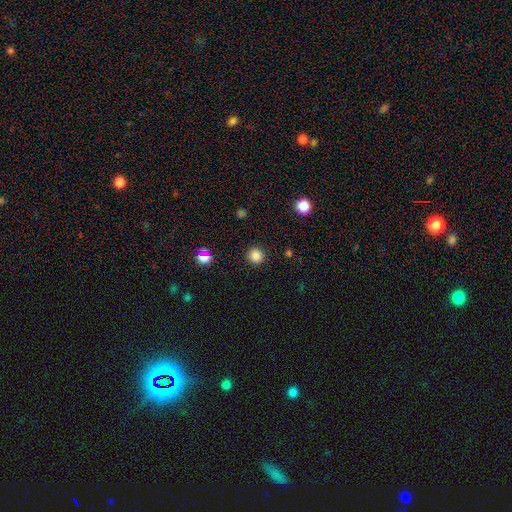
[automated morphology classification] Q: Smooth or featured?
A: smooth (84%); runner-up: star or artifact (13%)
Q: How rounded?
A: round (93%); runner-up: in between (6%)
Q: Merging?
A: none (91%); runner-up: minor disturbance (5%)